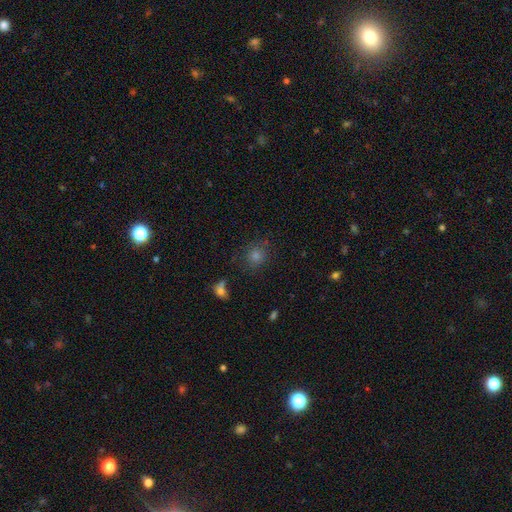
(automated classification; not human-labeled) smooth-or-featured: smooth: 67% | star or artifact: 25% | featured or disk: 8%
  how-rounded: round: 87% | in between: 12% | cigar-shaped: 1%
  merging: none: 81% | minor disturbance: 11% | major disturbance: 4% | merger: 4%